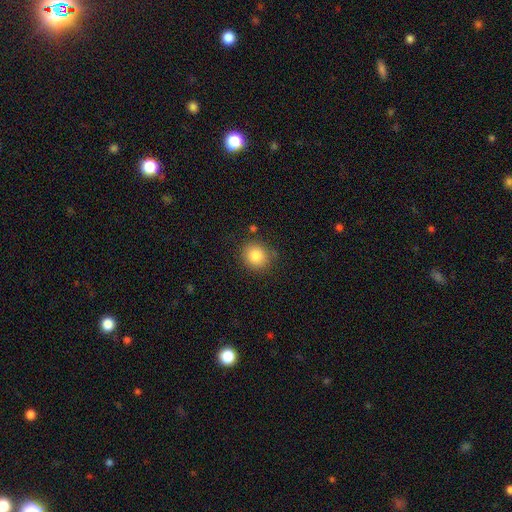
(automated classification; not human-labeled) A smooth galaxy with no disk features (84%) that is round (82%). Merging: none (82%).